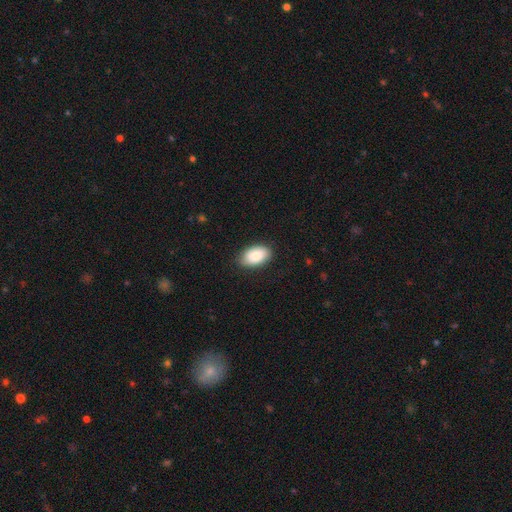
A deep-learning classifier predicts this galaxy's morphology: Smooth or featured? smooth (84%)
How rounded? in between (93%)
Merging? none (83%)